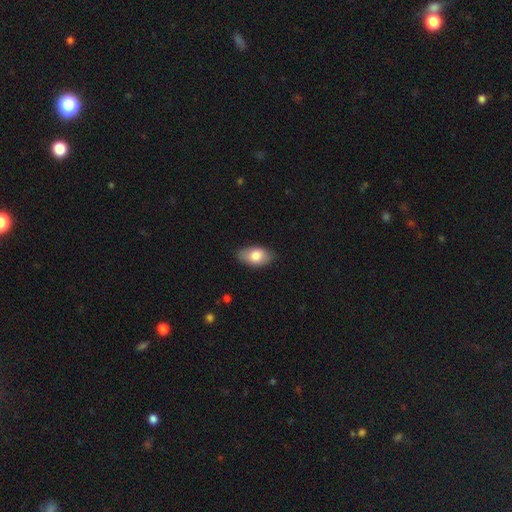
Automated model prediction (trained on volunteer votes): A smooth galaxy with no disk features (77%) that is in between round and cigar-shaped (92%).

Vote fractions:
- Smooth or featured? smooth: 77% / featured or disk: 16% / star or artifact: 6%
- How rounded? in between: 92% / round: 6% / cigar-shaped: 2%
- Merging? none: 82% / minor disturbance: 15% / major disturbance: 3% / merger: 1%